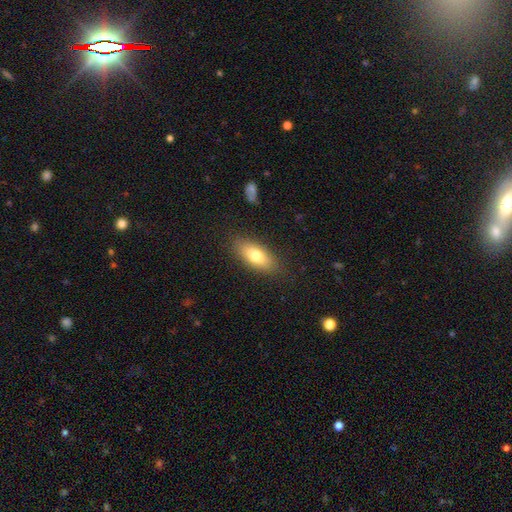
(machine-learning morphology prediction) The model was most divided on "smooth or featured": smooth: 73%, featured or disk: 20%, star or artifact: 7%. More confident: merging — none (84%); how rounded — in between (79%).